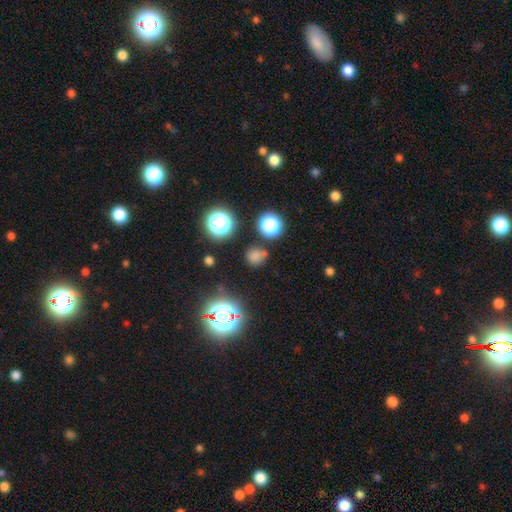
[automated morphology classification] type=smooth (64%); roundness=round (84%); merging=none (76%).